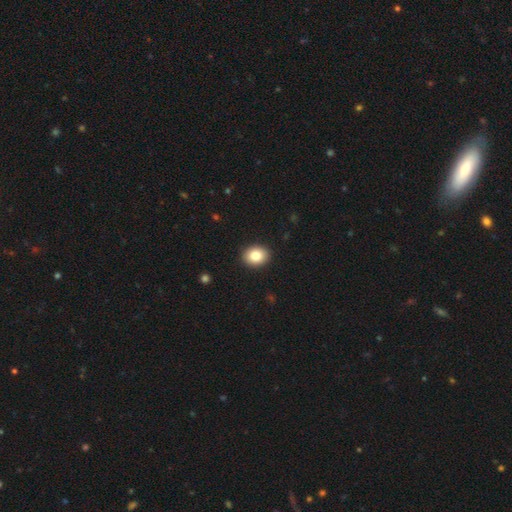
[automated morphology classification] This appears to be a smooth galaxy with no disk features (84%) that is in between round and cigar-shaped (54%). Merging: none (92%).